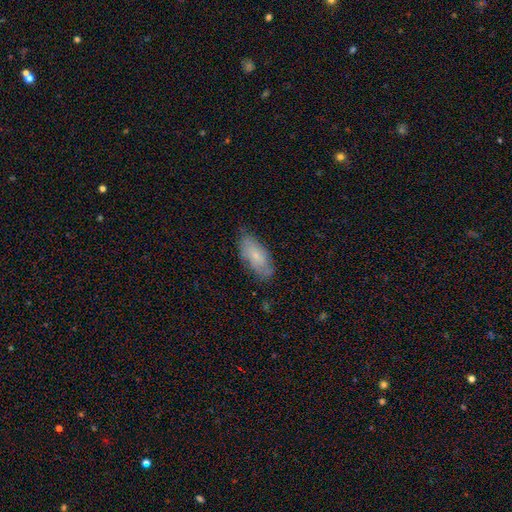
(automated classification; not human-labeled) smooth 63%, featured or disk 30%, star or artifact 7%. Down the decision tree: how rounded — in between (85%); merging — none (69%).